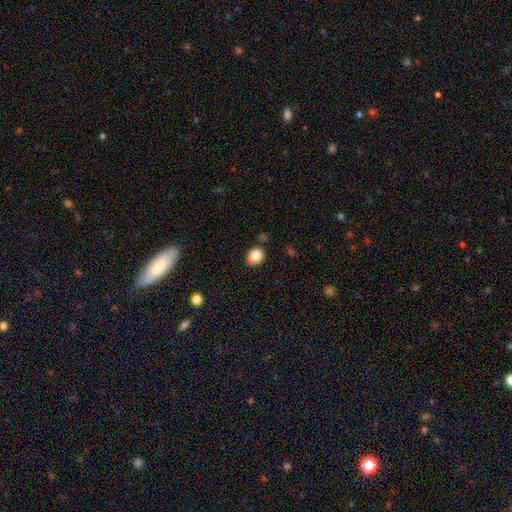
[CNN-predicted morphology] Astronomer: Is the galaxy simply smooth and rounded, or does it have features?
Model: smooth — 85%.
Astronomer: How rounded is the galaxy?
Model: round — 66%.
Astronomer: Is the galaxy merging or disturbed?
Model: none — 76%.